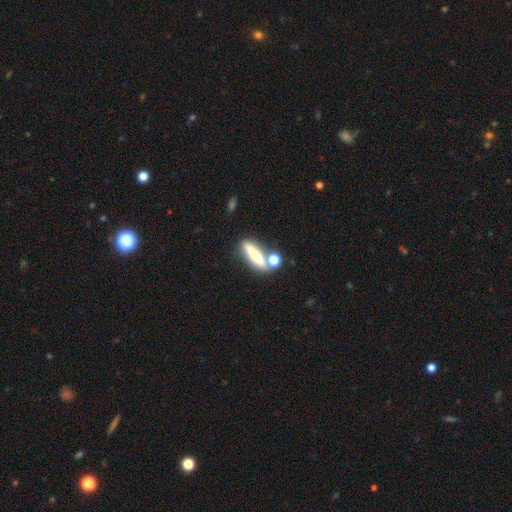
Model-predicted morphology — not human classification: A smooth galaxy with no disk features (70%) that is cigar-shaped (61%).

Vote fractions:
- Smooth or featured? smooth: 70% / featured or disk: 21% / star or artifact: 9%
- How rounded? cigar-shaped: 61% / in between: 33% / round: 6%
- Merging? none: 52% / merger: 27% / minor disturbance: 14% / major disturbance: 7%